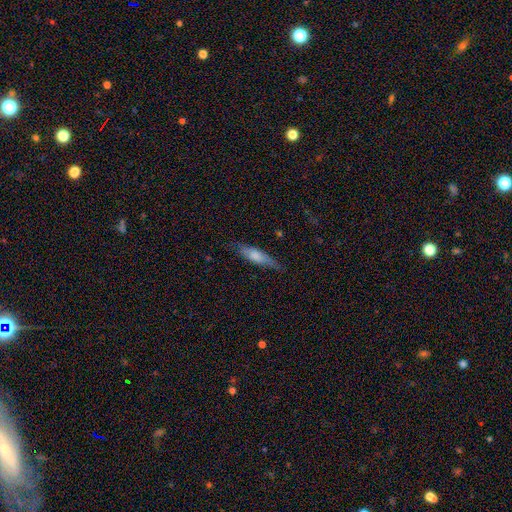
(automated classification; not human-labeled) smooth-or-featured: smooth: 63% | featured or disk: 31% | star or artifact: 6%
  how-rounded: cigar-shaped: 63% | in between: 35% | round: 2%
  merging: none: 74% | minor disturbance: 20% | major disturbance: 5% | merger: 1%